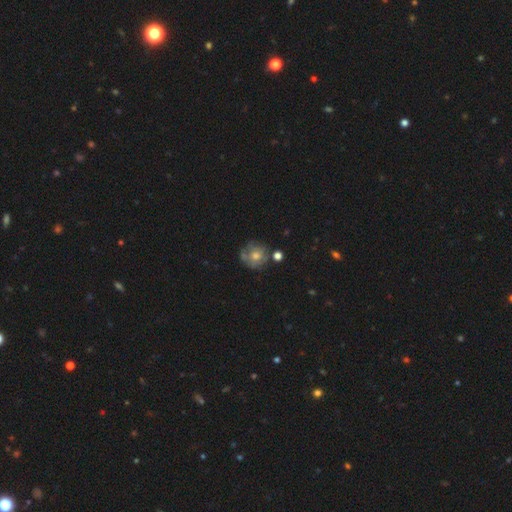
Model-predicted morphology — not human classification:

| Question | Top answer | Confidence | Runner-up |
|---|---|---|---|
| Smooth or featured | smooth | 48% | featured or disk (40%) |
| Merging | none | 59% | minor disturbance (21%) |